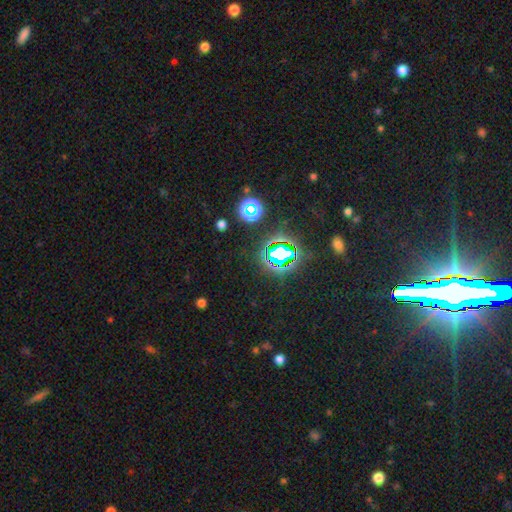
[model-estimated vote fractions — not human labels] Smooth or featured? star or artifact (80%)